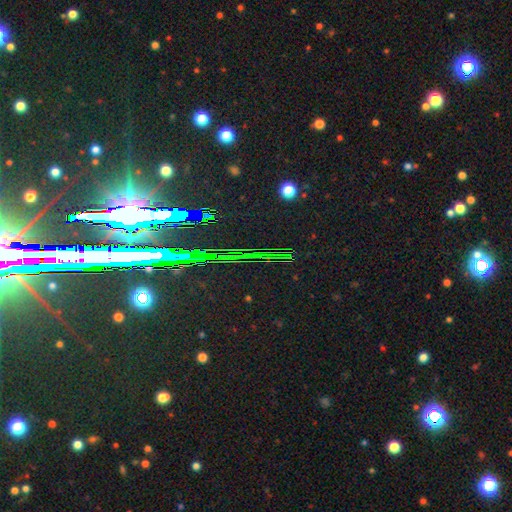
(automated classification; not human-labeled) Overall: star or artifact (80%).